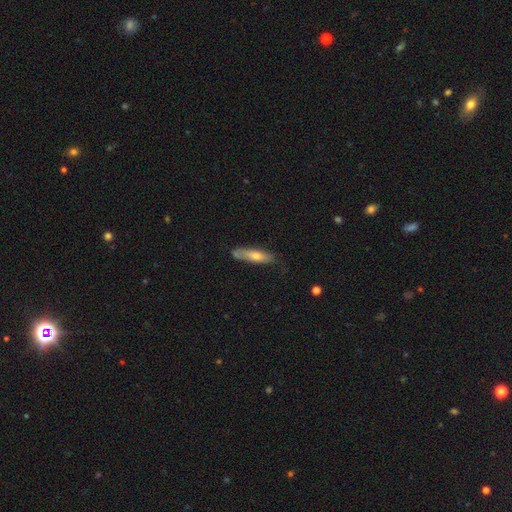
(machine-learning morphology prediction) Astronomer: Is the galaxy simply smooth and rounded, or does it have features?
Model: smooth — 51% (runner-up: featured or disk, 41%).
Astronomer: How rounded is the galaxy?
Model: cigar-shaped — 73%.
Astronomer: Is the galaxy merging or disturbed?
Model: none — 69%.